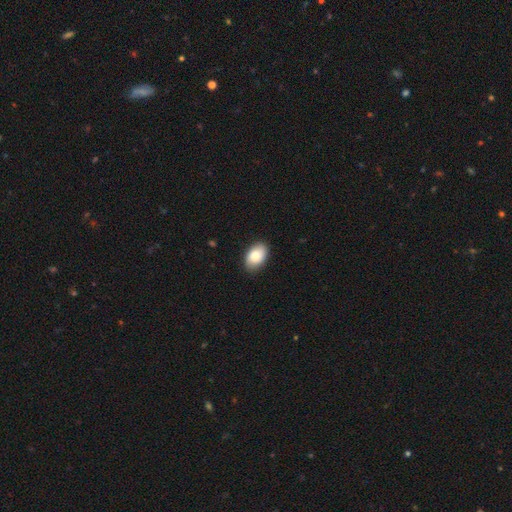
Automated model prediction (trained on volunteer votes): A smooth galaxy with no disk features (82%) that is in between round and cigar-shaped (90%).

Vote fractions:
- Smooth or featured? smooth: 82% / featured or disk: 11% / star or artifact: 7%
- How rounded? in between: 90% / round: 9% / cigar-shaped: 1%
- Merging? none: 86% / minor disturbance: 11% / major disturbance: 2% / merger: 1%